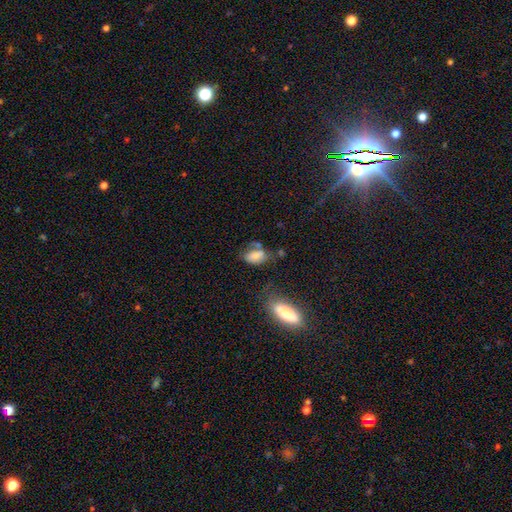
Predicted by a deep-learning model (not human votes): Overall: smooth (71%). How rounded: in between (88%). Merging: none (43%; minor disturbance 24%).